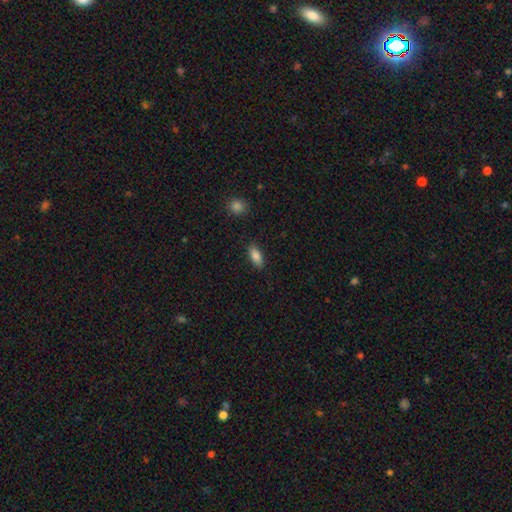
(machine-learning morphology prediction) A smooth galaxy with no disk features (85%) that is in between round and cigar-shaped (86%). Merging: none (85%).